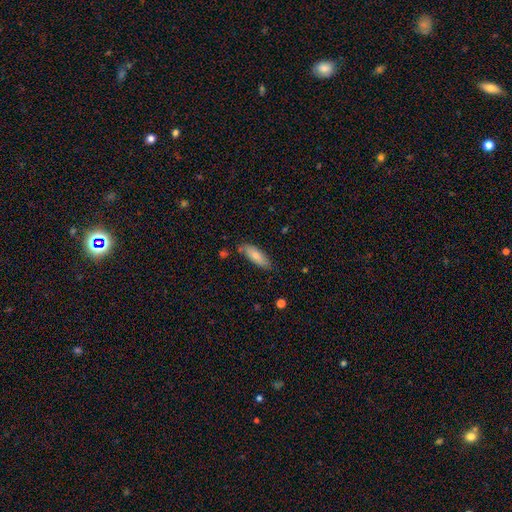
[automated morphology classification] Smooth or featured? Predicted: smooth (p=0.75). How rounded? Predicted: in between (p=0.62). Merging? Predicted: none (p=0.78).